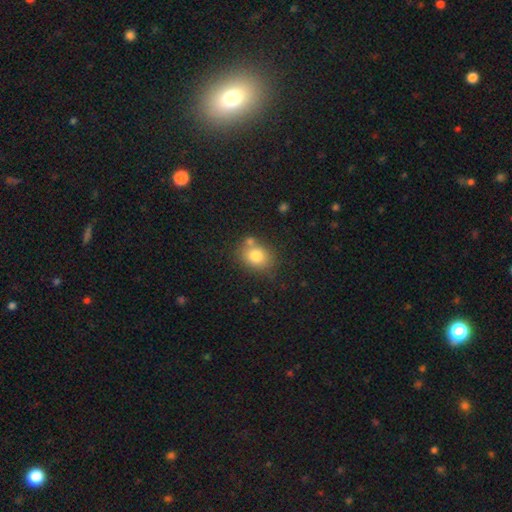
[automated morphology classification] Smooth or featured? Predicted: smooth (p=0.79). How rounded? Predicted: round (p=0.56). Merging? Predicted: none (p=0.64).